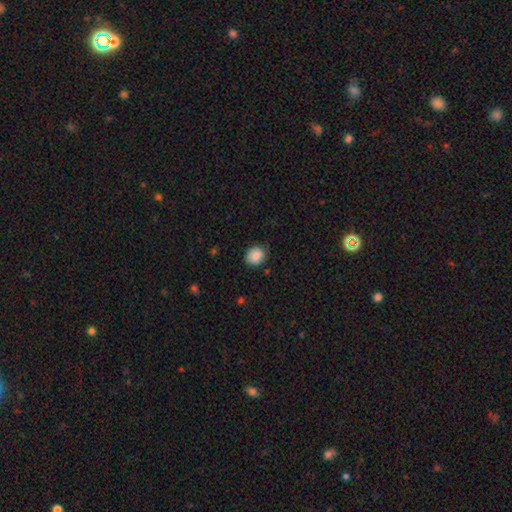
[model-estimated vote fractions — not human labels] smooth-or-featured: smooth: 85% | star or artifact: 8% | featured or disk: 7%
  how-rounded: round: 58% | in between: 42% | cigar-shaped: 1%
  merging: none: 76% | minor disturbance: 19% | major disturbance: 4% | merger: 1%